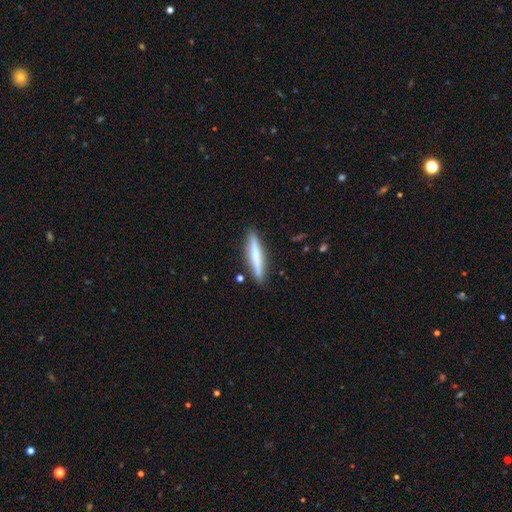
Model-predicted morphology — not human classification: This is possibly a smooth galaxy (49%). Merging: clearly none (88%).